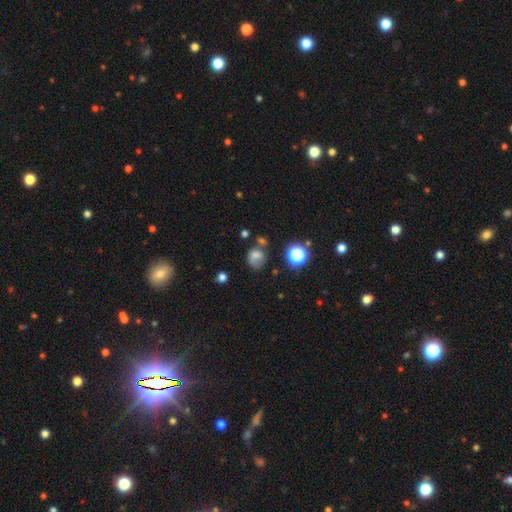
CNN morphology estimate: Smooth or featured? Predicted: smooth (p=0.67). How rounded? Predicted: round (p=0.65). Merging? Predicted: none (p=0.46).